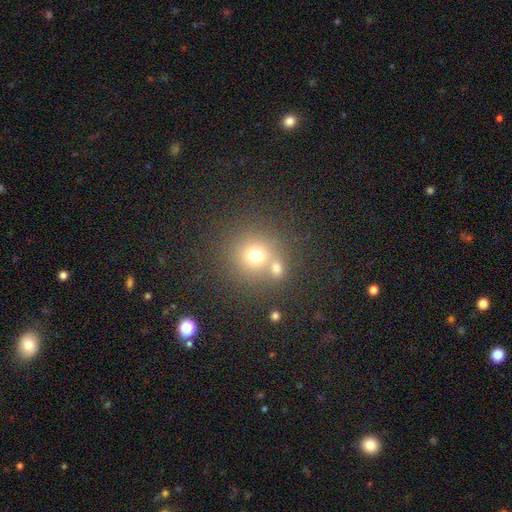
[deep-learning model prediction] Smooth or featured? Predicted: smooth (p=0.70). How rounded? Predicted: round (p=0.90). Merging? Predicted: none (p=0.59).